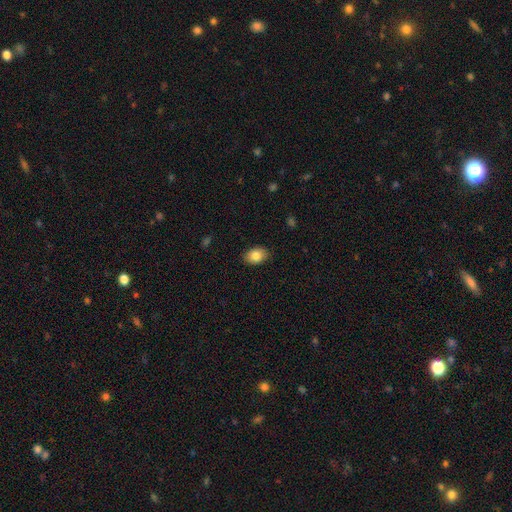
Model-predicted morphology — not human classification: smooth-or-featured: smooth: 83% | featured or disk: 9% | star or artifact: 8%
  how-rounded: in between: 82% | round: 17% | cigar-shaped: 1%
  merging: none: 87% | minor disturbance: 10% | major disturbance: 2% | merger: 1%